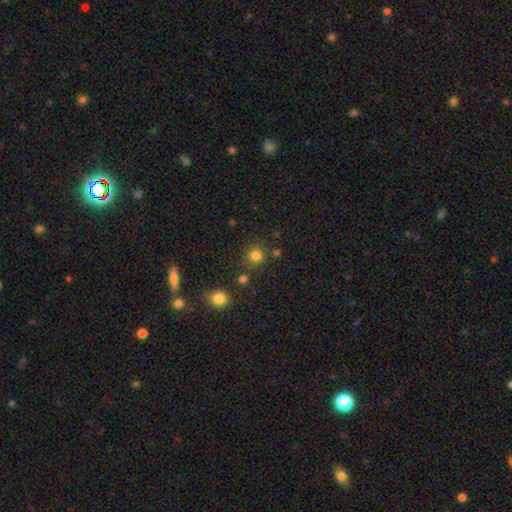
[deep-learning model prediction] smooth 80%, star or artifact 15%, featured or disk 5%. Down the decision tree: how rounded — round (91%); merging — none (81%).